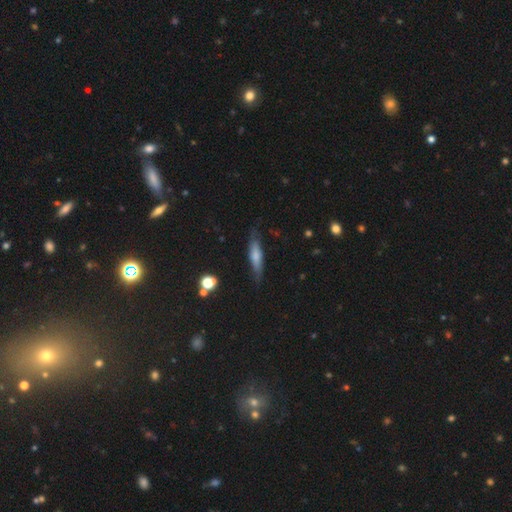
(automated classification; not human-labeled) Morphology: type=smooth (58%); roundness=cigar-shaped (71%); merging=none (71%).